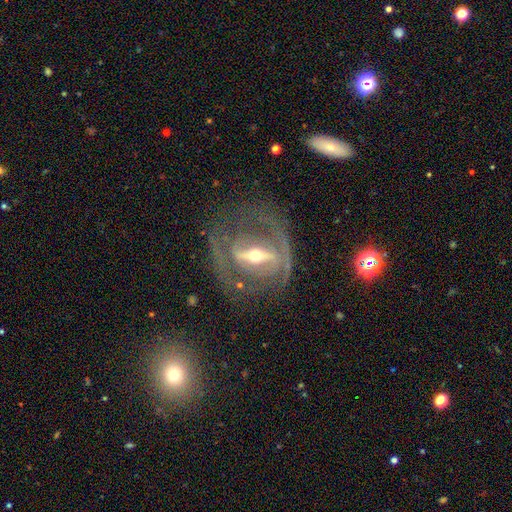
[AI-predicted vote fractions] A featured or disk galaxy (86%) with a strong bar (76%), spiral arms (69%) and a moderate central bulge (59%). Merging: none (65%).